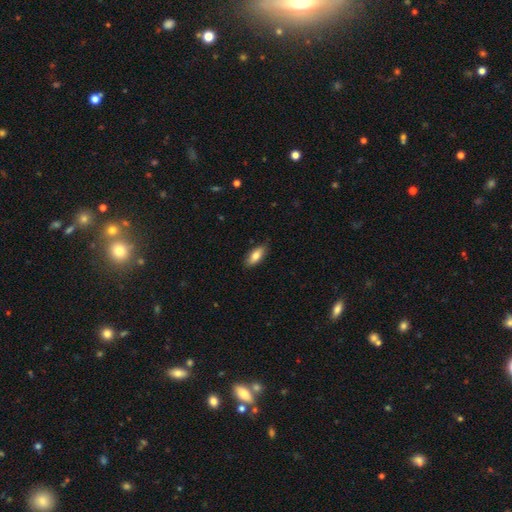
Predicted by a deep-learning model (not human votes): smooth-or-featured: smooth: 81% | featured or disk: 12% | star or artifact: 6%
  how-rounded: in between: 80% | cigar-shaped: 17% | round: 2%
  merging: none: 85% | minor disturbance: 11% | major disturbance: 2% | merger: 1%